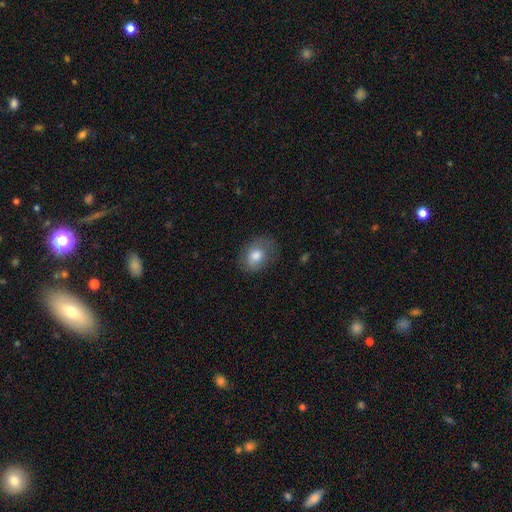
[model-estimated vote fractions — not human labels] Smooth or featured? Predicted: smooth (p=0.78). How rounded? Predicted: in between (p=0.61). Merging? Predicted: none (p=0.64).